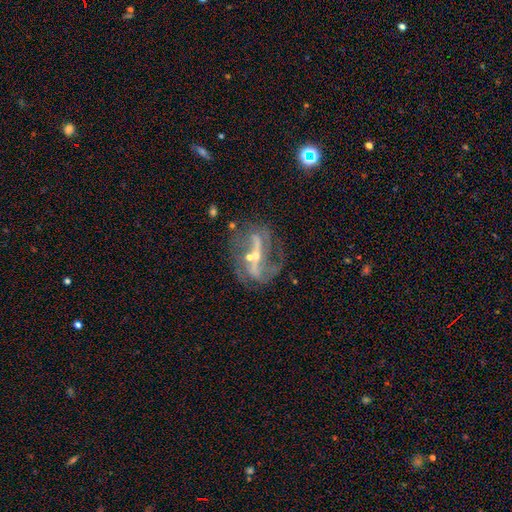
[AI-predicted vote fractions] A featured or disk galaxy (78%) with a strong bar (44%), 2 (66%) loose (54%) spiral arms (77%) and a small central bulge (64%).

Vote fractions:
- Smooth or featured? featured or disk: 78% / star or artifact: 12% / smooth: 9%
- Edge-on disk? no: 93% / yes: 7%
- Bar? strong: 44% / weak: 31% / no: 25%
- Spiral arms? yes: 77% / no: 23%
- Spiral winding? loose: 54% / medium: 33% / tight: 13%
- Spiral arm count? 2: 66% / can't tell: 15% / 1: 8% / 3: 6% / 4: 3% / more than 4: 3%
- Bulge size? small: 64% / moderate: 23% / none: 9% / large: 2% / dominant: 1%
- Merging? none: 47% / major disturbance: 23% / minor disturbance: 17% / merger: 14%